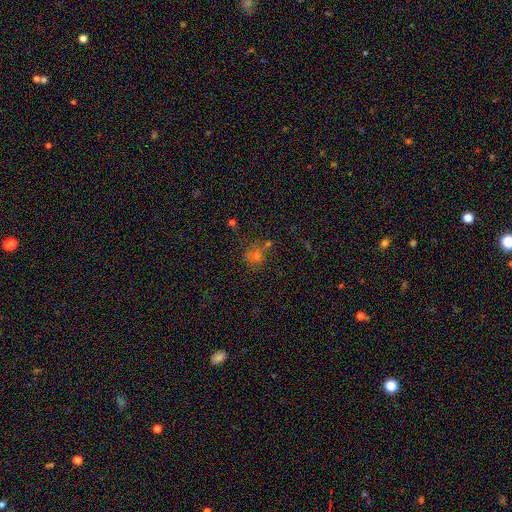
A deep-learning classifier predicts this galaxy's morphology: smooth 59%, star or artifact 28%, featured or disk 13%. Down the decision tree: how rounded — round (84%); merging — none (59%).